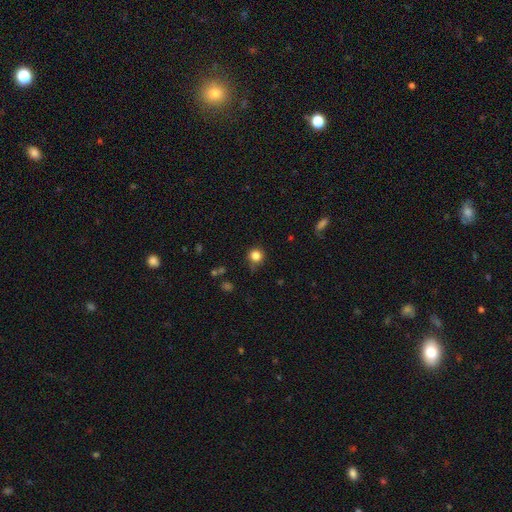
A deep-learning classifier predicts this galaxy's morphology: This is clearly a smooth galaxy (83%). How rounded: clearly round (92%). Merging: likely none (79%).